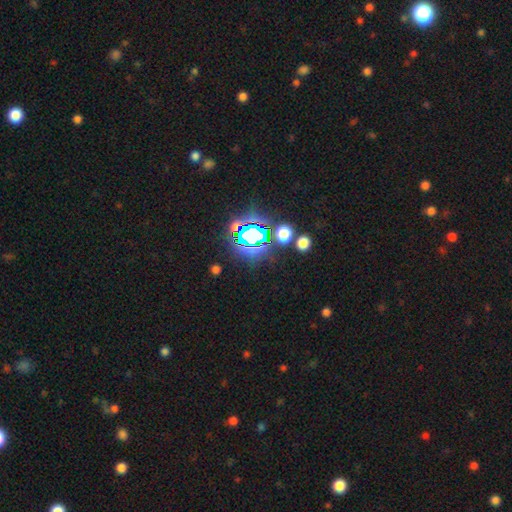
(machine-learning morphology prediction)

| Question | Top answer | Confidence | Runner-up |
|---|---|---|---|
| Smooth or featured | star or artifact | 84% | smooth (9%) |